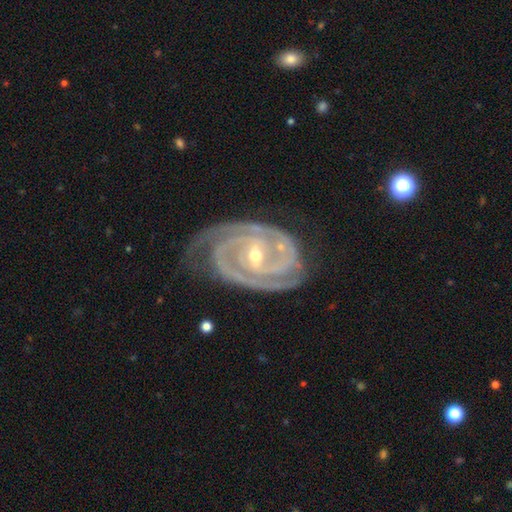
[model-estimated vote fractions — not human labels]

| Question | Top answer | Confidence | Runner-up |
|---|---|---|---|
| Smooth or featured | featured or disk | 93% | star or artifact (4%) |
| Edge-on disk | no | 97% | yes (3%) |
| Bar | weak | 39% | no (32%) |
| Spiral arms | yes | 99% | no (1%) |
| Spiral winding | tight | 75% | medium (22%) |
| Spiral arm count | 2 | 75% | 3 (13%) |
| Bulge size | small | 57% | moderate (41%) |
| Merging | none | 70% | minor disturbance (21%) |